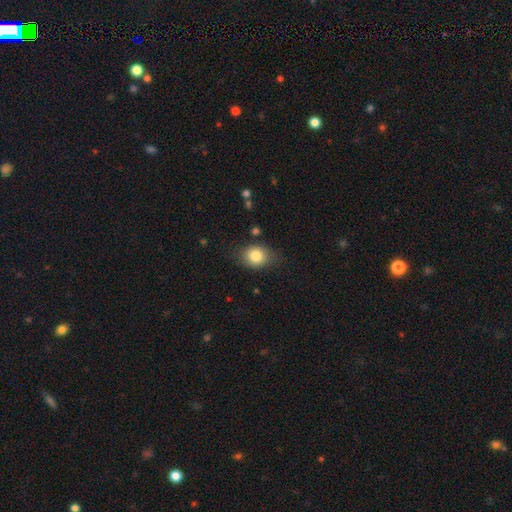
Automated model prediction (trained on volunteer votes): Smooth or featured? Predicted: smooth (p=0.81). How rounded? Predicted: in between (p=0.52). Merging? Predicted: none (p=0.73).